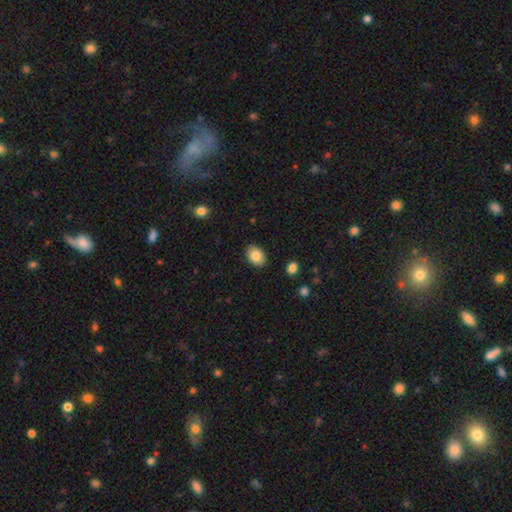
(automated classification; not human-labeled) Q: Smooth or featured?
A: smooth (85%); runner-up: star or artifact (7%)
Q: How rounded?
A: in between (76%); runner-up: round (23%)
Q: Merging?
A: none (86%); runner-up: minor disturbance (10%)